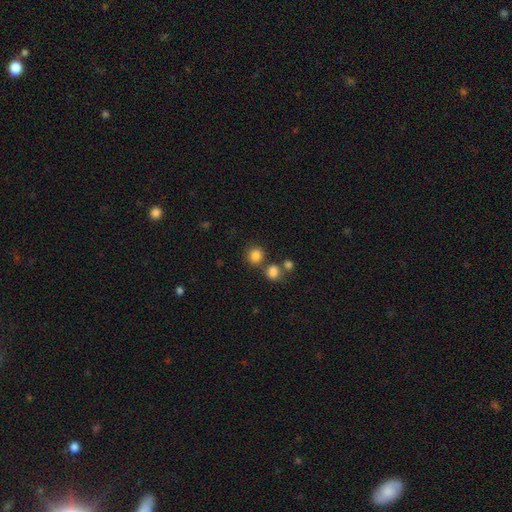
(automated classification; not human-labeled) Smooth or featured? smooth (82%)
How rounded? round (85%)
Merging? none (68%)